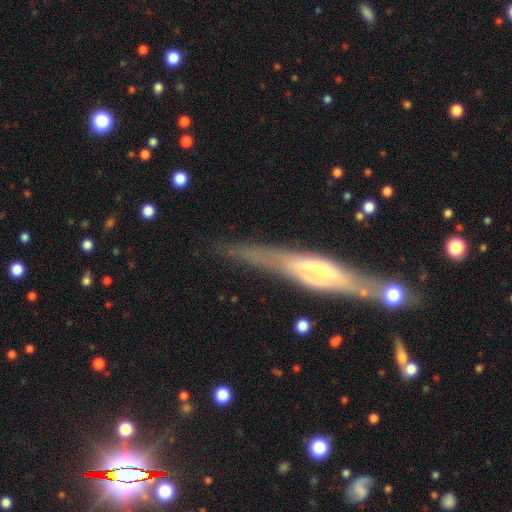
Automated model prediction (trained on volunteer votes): Overall: featured or disk (73%). Edge-on disk: yes (92%). Edge-on bulge: rounded (50%; boxy 35%). Merging: none (77%).